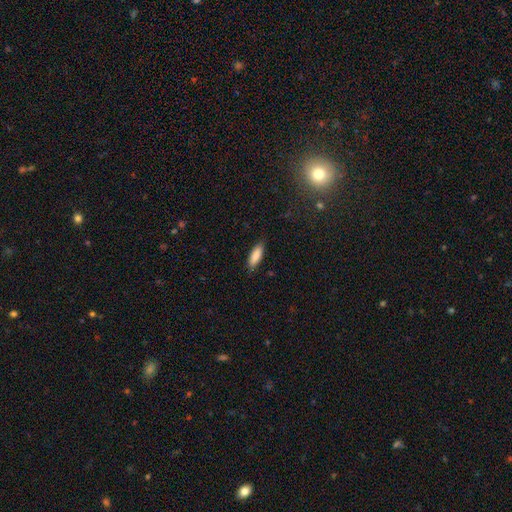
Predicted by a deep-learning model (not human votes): Smooth or featured? smooth (87%)
How rounded? in between (50%)
Merging? none (85%)